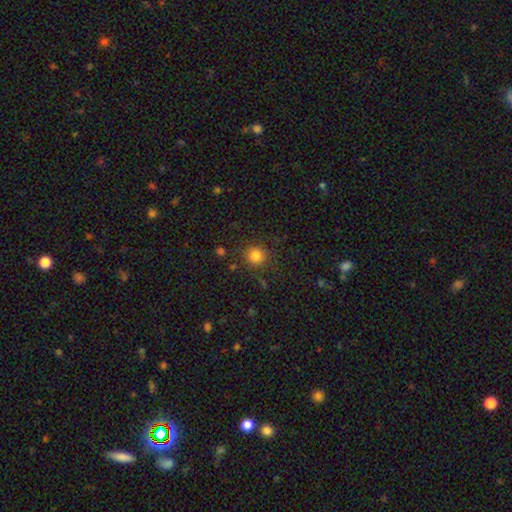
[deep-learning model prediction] This is clearly a smooth galaxy (81%). How rounded: clearly round (91%). Merging: clearly none (85%).